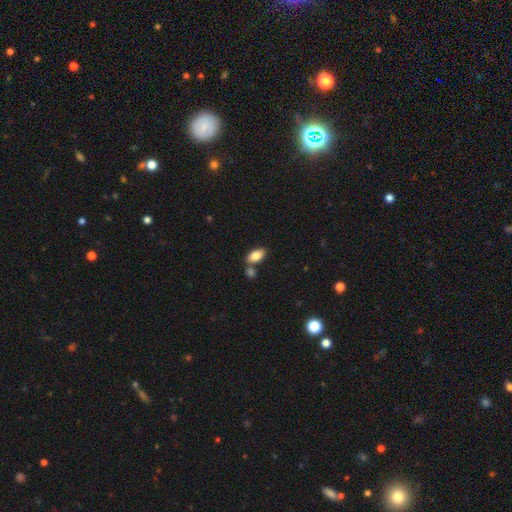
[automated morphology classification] A smooth galaxy with no disk features (84%) that is in between round and cigar-shaped (92%). Merging: none (66%).